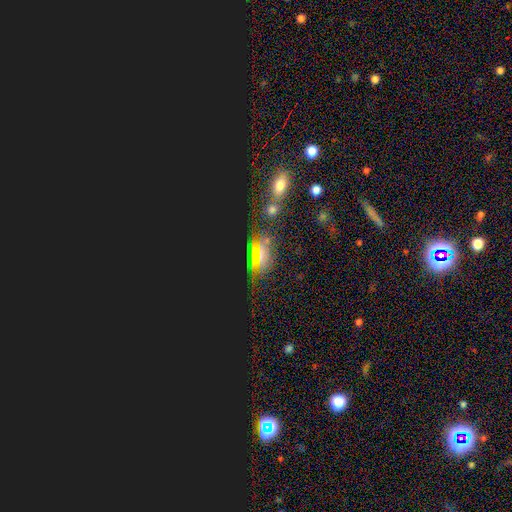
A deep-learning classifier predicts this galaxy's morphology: A star or artifact, not a galaxy (56%).

Vote fractions:
- Smooth or featured? star or artifact: 56% / featured or disk: 23% / smooth: 21%